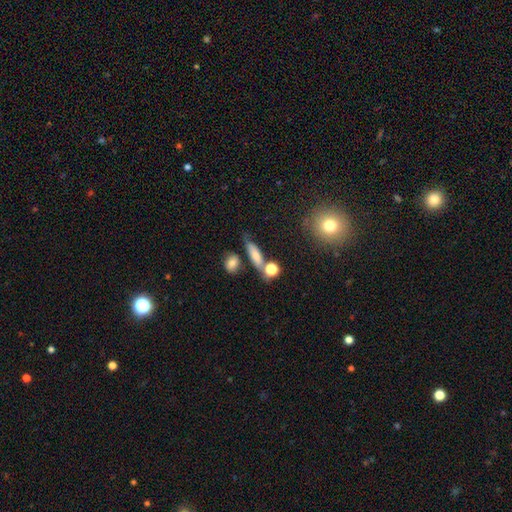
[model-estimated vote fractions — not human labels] Smooth or featured: smooth — 71% (featured or disk — 18%)
How rounded: cigar-shaped — 46% (in between — 42%)
Merging: none — 60% (minor disturbance — 17%)